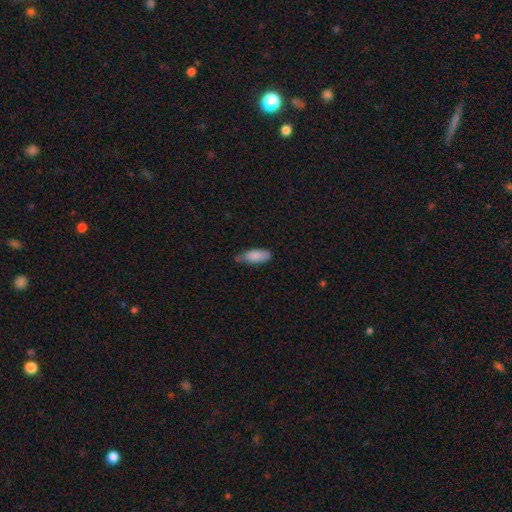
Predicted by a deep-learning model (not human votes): A smooth galaxy with no disk features (85%) that is in between round and cigar-shaped (76%).

Vote fractions:
- Smooth or featured? smooth: 85% / featured or disk: 9% / star or artifact: 6%
- How rounded? in between: 76% / cigar-shaped: 22% / round: 2%
- Merging? none: 51% / minor disturbance: 40% / major disturbance: 6% / merger: 2%